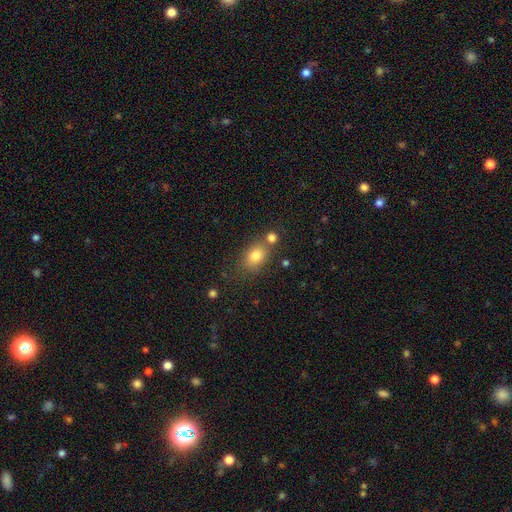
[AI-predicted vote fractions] smooth-or-featured: smooth: 80% | star or artifact: 11% | featured or disk: 9%
  how-rounded: in between: 71% | round: 27% | cigar-shaped: 2%
  merging: none: 60% | merger: 21% | minor disturbance: 14% | major disturbance: 5%